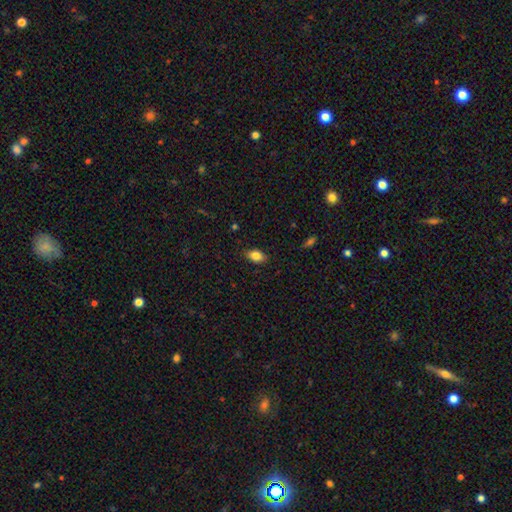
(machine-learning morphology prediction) Q: Smooth or featured?
A: smooth (83%); runner-up: star or artifact (9%)
Q: How rounded?
A: in between (86%); runner-up: round (11%)
Q: Merging?
A: none (84%); runner-up: minor disturbance (12%)